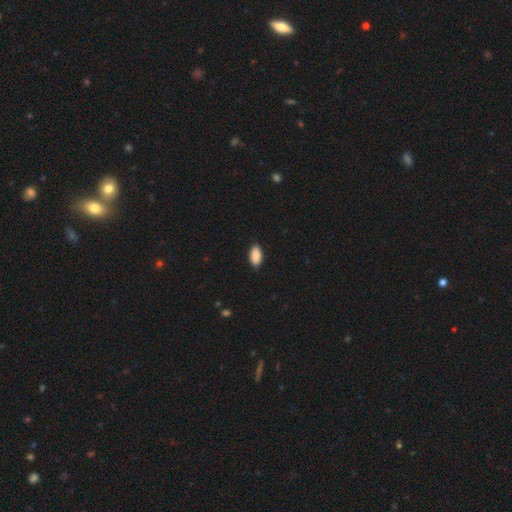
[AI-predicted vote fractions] A smooth galaxy with no disk features (90%) that is in between round and cigar-shaped (94%).

Vote fractions:
- Smooth or featured? smooth: 90% / star or artifact: 6% / featured or disk: 4%
- How rounded? in between: 94% / cigar-shaped: 4% / round: 2%
- Merging? none: 88% / minor disturbance: 9% / major disturbance: 2% / merger: 1%